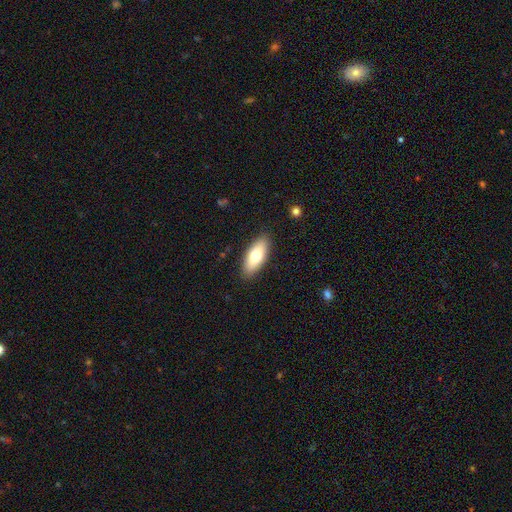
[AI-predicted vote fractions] The model was most divided on "smooth or featured": smooth: 73%, featured or disk: 21%, star or artifact: 6%. More confident: merging — none (89%); how rounded — in between (78%).